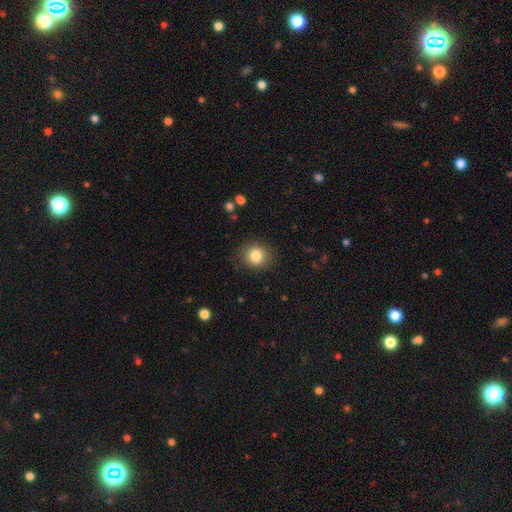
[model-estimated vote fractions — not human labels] smooth-or-featured: smooth: 83% | star or artifact: 10% | featured or disk: 7%
  how-rounded: round: 77% | in between: 22% | cigar-shaped: 1%
  merging: none: 87% | minor disturbance: 9% | major disturbance: 3% | merger: 1%